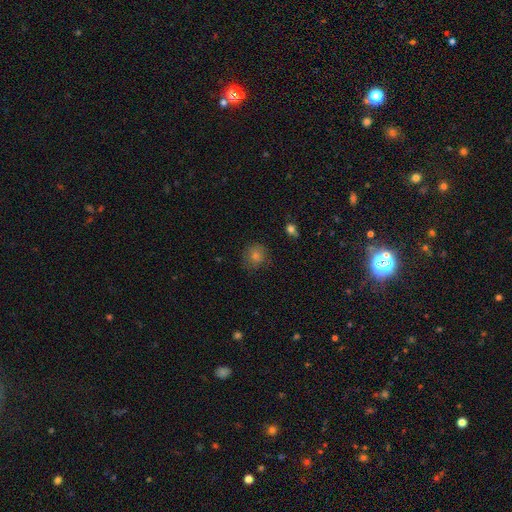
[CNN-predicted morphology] Overall: smooth (66%). How rounded: round (88%). Merging: none (82%).